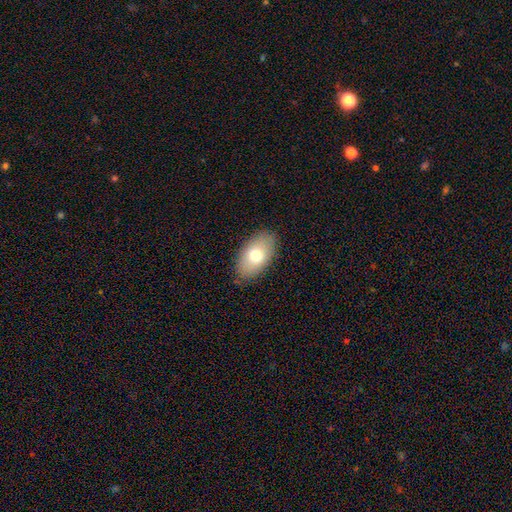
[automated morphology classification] Smooth or featured? Predicted: smooth (p=0.74). How rounded? Predicted: in between (p=0.93). Merging? Predicted: none (p=0.84).